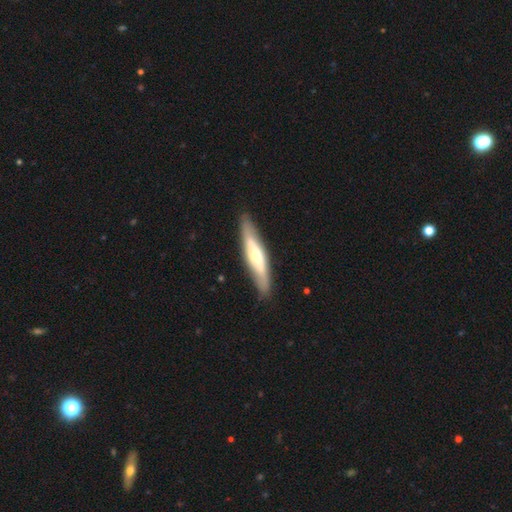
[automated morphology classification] Overall: featured or disk (56%; smooth 38%). Edge-on disk: yes (79%). Merging: none (87%).